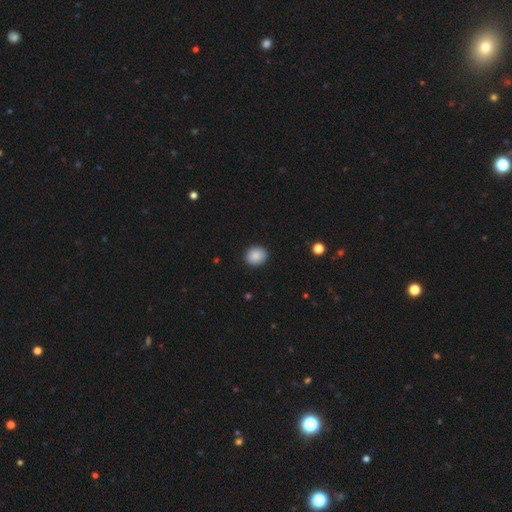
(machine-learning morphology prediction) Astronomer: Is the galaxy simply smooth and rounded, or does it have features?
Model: smooth — 88%.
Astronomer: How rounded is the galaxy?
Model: round — 80%.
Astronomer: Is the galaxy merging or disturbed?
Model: none — 91%.